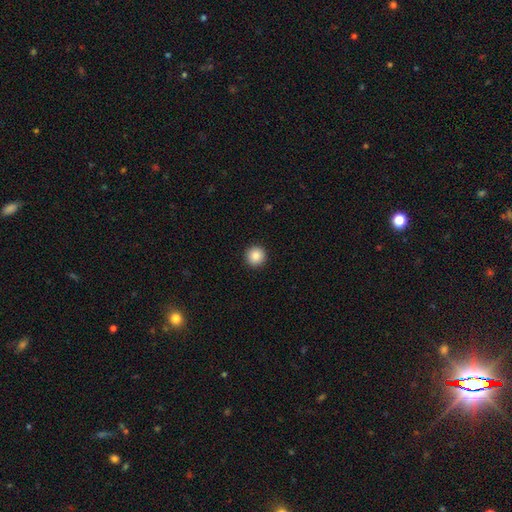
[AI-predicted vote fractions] smooth-or-featured: smooth: 88% | star or artifact: 9% | featured or disk: 3%
  how-rounded: round: 96% | in between: 4% | cigar-shaped: 1%
  merging: none: 93% | minor disturbance: 4% | major disturbance: 2% | merger: 1%